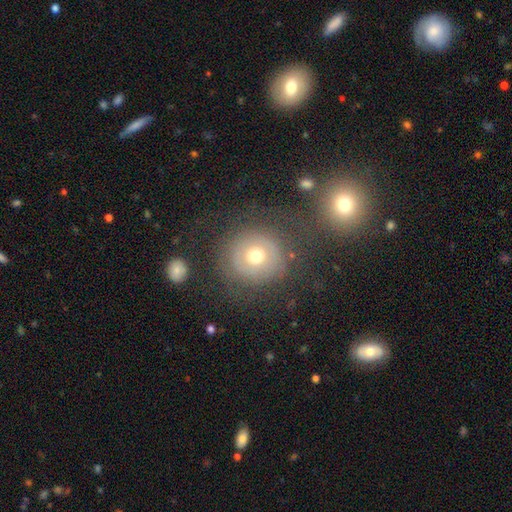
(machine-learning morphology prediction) A smooth galaxy with no disk features (53%) that is round (89%).

Vote fractions:
- Smooth or featured? smooth: 53% / featured or disk: 36% / star or artifact: 11%
- How rounded? round: 89% / in between: 10% / cigar-shaped: 1%
- Merging? none: 75% / minor disturbance: 12% / major disturbance: 8% / merger: 5%